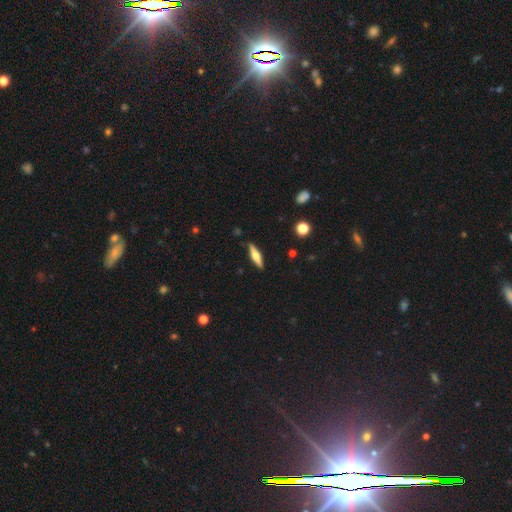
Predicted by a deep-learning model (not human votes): Q: Smooth or featured?
A: featured or disk (51%); runner-up: smooth (42%)
Q: Edge-on disk?
A: yes (95%); runner-up: no (5%)
Q: Merging?
A: none (87%); runner-up: minor disturbance (9%)